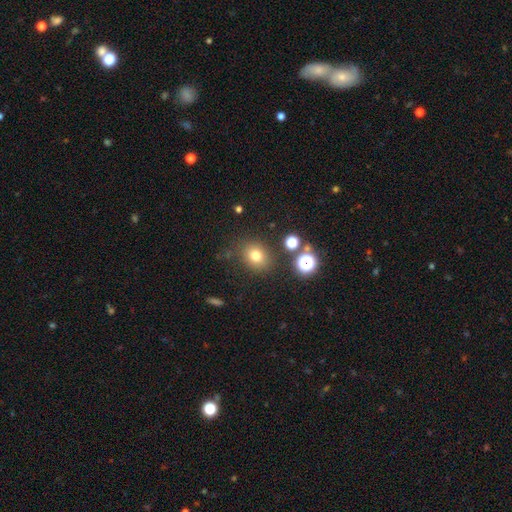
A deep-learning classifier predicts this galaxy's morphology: smooth 74%, star or artifact 17%, featured or disk 9%. Down the decision tree: how rounded — round (69%); merging — none (79%).